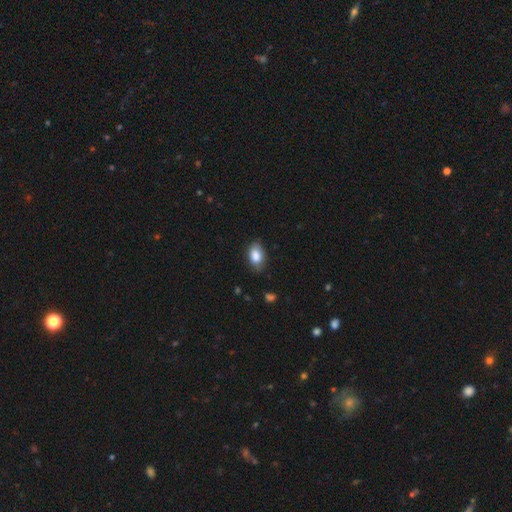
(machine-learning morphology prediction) Smooth or featured? Predicted: smooth (p=0.85). How rounded? Predicted: in between (p=0.89). Merging? Predicted: none (p=0.76).